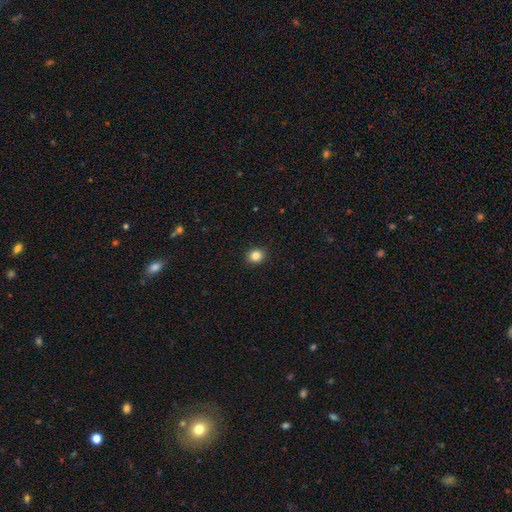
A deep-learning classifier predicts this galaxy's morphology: type=smooth (84%); roundness=round (76%); merging=none (92%).